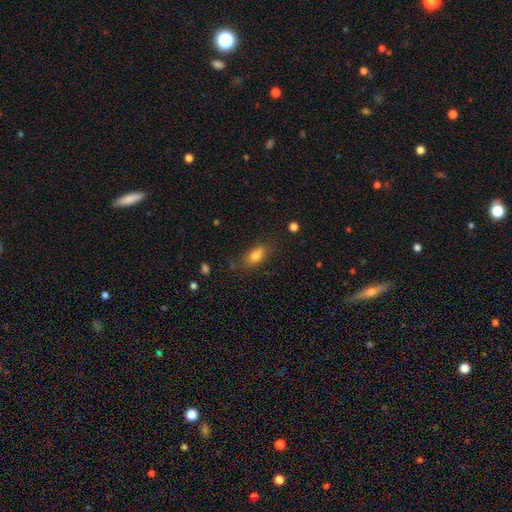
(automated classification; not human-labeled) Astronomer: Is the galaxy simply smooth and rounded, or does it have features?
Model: smooth — 78%.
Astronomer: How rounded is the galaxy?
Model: in between — 81%.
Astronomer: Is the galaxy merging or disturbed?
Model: none — 74%.